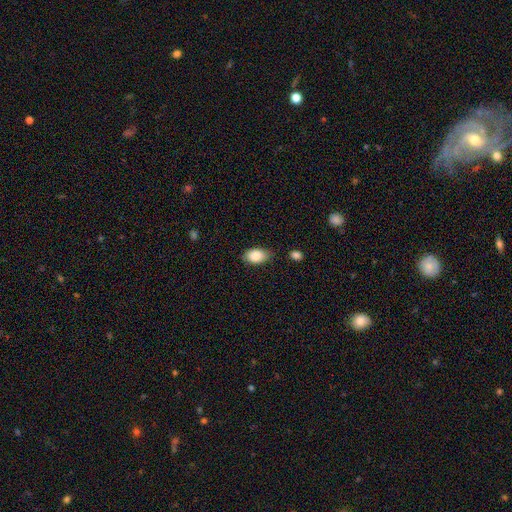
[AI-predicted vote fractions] The model was most divided on "merging": none: 71%, minor disturbance: 22%, major disturbance: 4%, merger: 3%. More confident: how rounded — in between (90%); smooth or featured — smooth (87%).